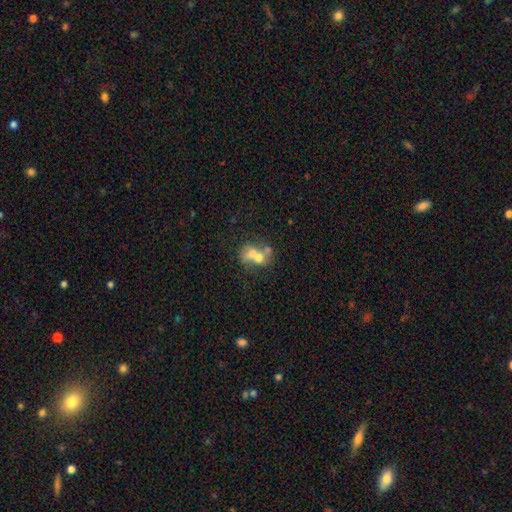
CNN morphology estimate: Q: Smooth or featured?
A: smooth (57%); runner-up: featured or disk (31%)
Q: How rounded?
A: round (57%); runner-up: in between (42%)
Q: Merging?
A: merger (66%); runner-up: none (21%)